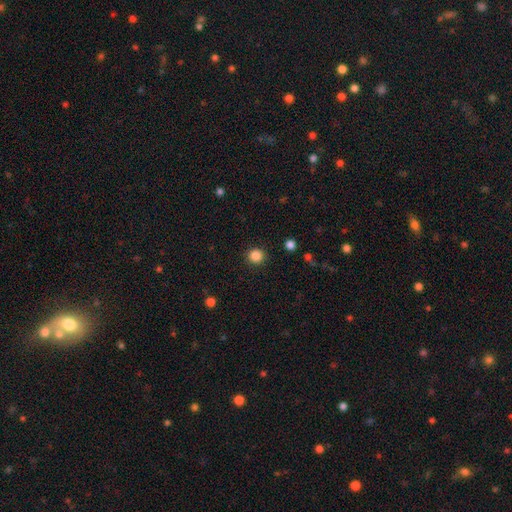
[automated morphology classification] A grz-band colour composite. It shows a smooth galaxy with no disk features (86%) that is round (92%). Merging: none (91%).